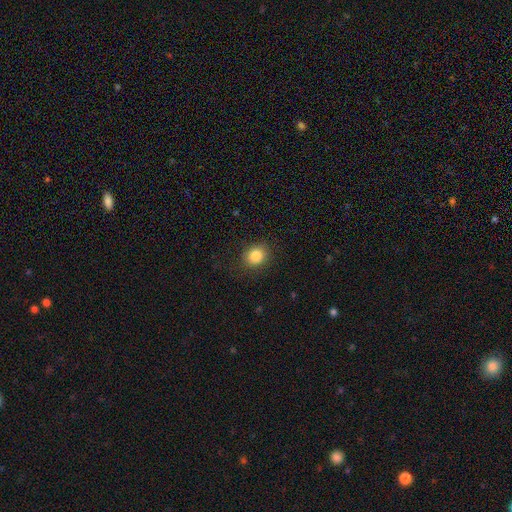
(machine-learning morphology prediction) Smooth or featured: smooth — 84% (star or artifact — 10%)
How rounded: round — 72% (in between — 27%)
Merging: none — 87% (minor disturbance — 9%)